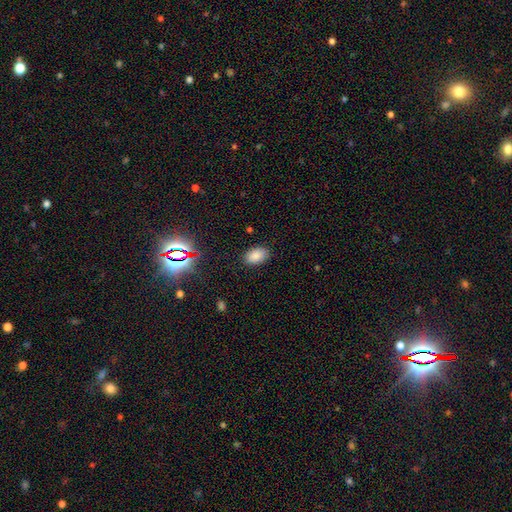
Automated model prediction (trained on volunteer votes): Smooth or featured? smooth (83%)
How rounded? in between (89%)
Merging? none (86%)